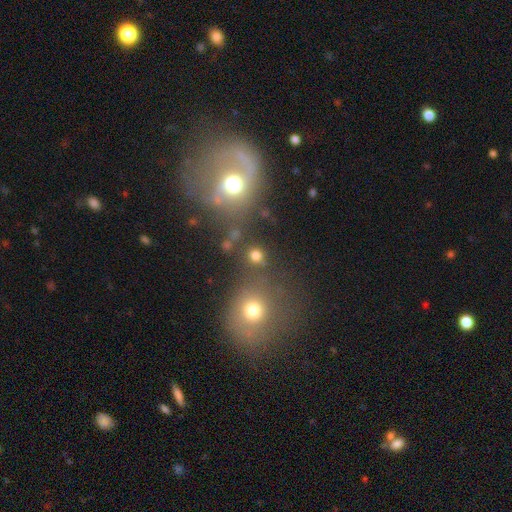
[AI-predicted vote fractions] smooth 75%, star or artifact 19%, featured or disk 6%. Down the decision tree: how rounded — round (84%); merging — none (76%).